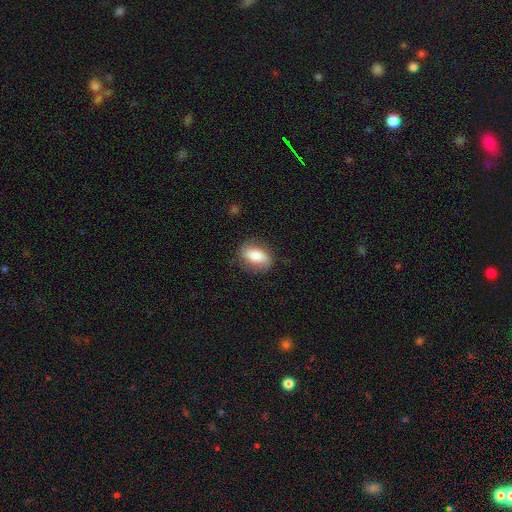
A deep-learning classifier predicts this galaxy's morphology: type=smooth (73%); roundness=in between (85%); merging=none (80%).